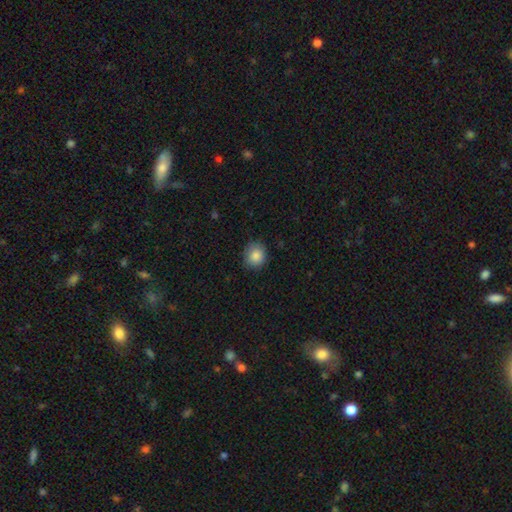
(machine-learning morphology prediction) A smooth galaxy with no disk features (86%) that is round (80%). Merging: none (84%).